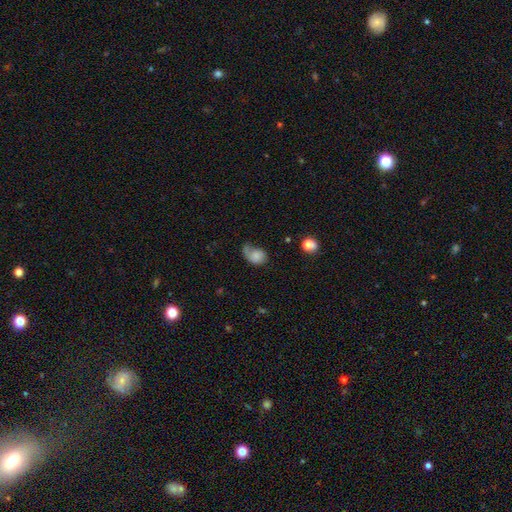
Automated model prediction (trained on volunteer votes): This appears to be a smooth galaxy with no disk features (60%) that is in between round and cigar-shaped (61%). Merging: major disturbance (33%, tied with none).